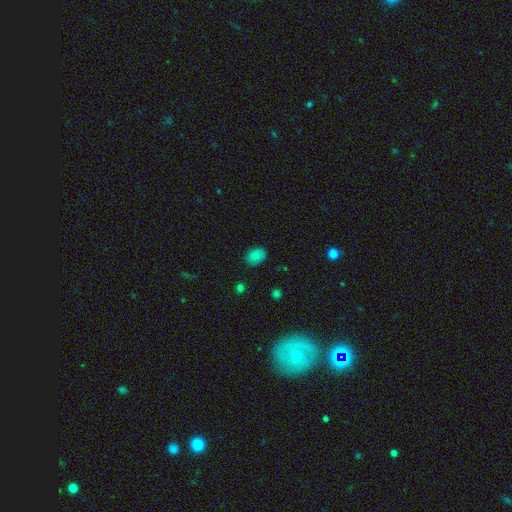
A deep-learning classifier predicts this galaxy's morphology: Smooth or featured: smooth — 81% (star or artifact — 11%)
How rounded: in between — 72% (round — 27%)
Merging: none — 81% (minor disturbance — 15%)